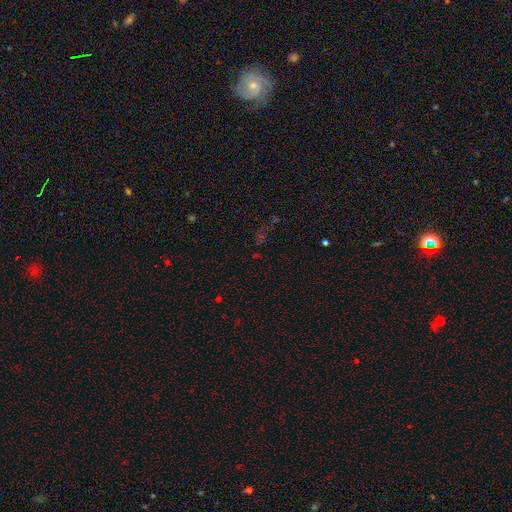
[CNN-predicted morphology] This appears to be a star or artifact, not a galaxy (64%).